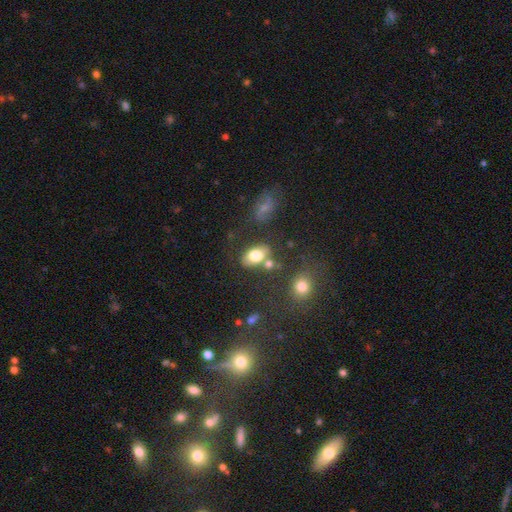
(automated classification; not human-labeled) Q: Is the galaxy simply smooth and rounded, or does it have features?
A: smooth — 76%.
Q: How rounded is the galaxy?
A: in between — 88%.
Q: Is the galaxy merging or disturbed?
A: none — 61%.